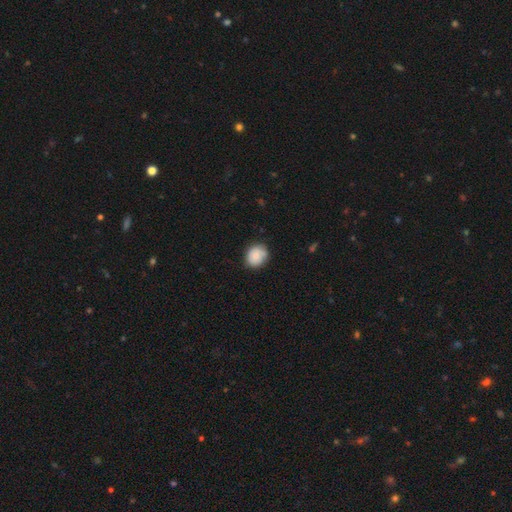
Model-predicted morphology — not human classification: Smooth or featured? smooth (70%)
How rounded? round (71%)
Merging? none (75%)